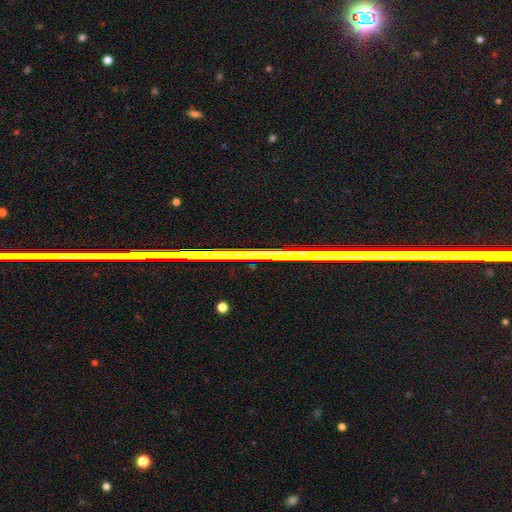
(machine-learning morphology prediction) smooth_or_featured: star or artifact (p=0.79) [alt: featured or disk p=0.13]